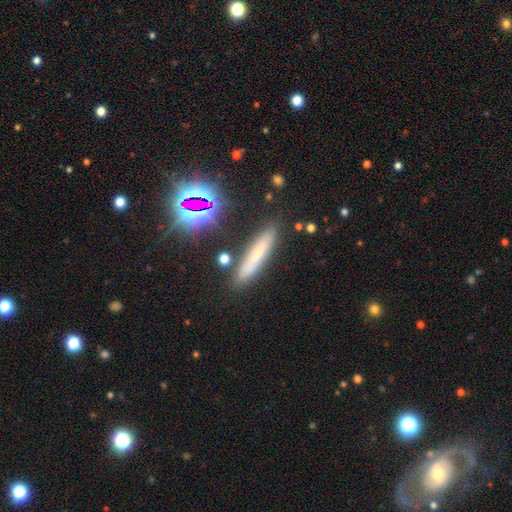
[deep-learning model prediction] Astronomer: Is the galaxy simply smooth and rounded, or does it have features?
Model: smooth — 55%.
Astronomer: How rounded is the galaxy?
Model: cigar-shaped — 88%.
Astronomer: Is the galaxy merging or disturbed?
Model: none — 84%.